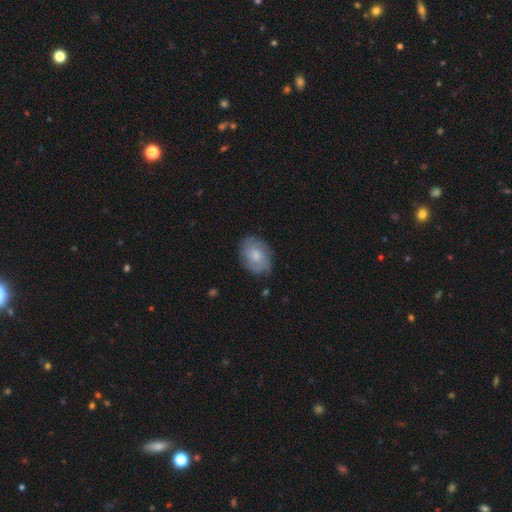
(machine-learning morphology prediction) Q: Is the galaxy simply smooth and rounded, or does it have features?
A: smooth — 63%.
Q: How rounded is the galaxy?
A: in between — 77%.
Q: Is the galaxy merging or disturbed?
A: none — 77%.